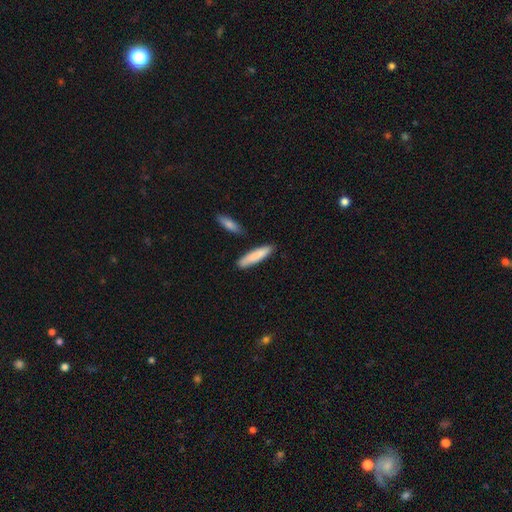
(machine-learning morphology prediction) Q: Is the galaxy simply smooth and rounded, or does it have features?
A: smooth — 85%.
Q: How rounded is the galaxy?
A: cigar-shaped — 77%.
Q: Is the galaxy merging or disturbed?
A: none — 85%.